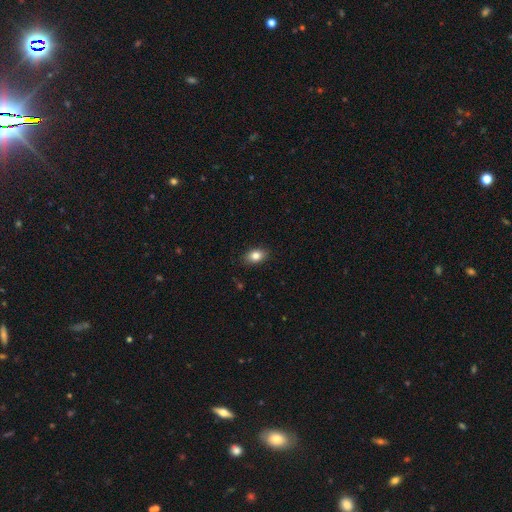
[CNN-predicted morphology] The model was most divided on "how rounded": in between: 81%, round: 17%, cigar-shaped: 2%. More confident: merging — none (87%); smooth or featured — smooth (83%).